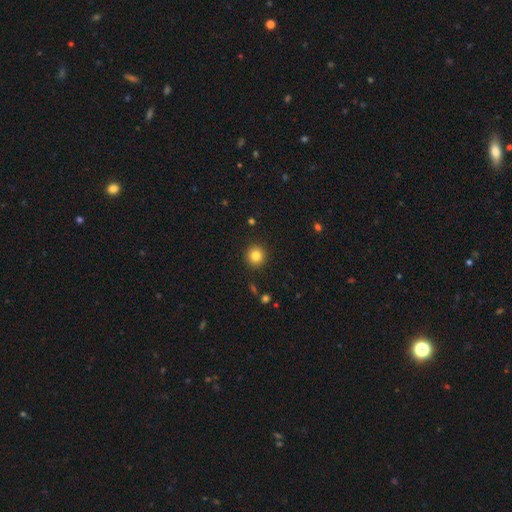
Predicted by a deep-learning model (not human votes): Overall: smooth (82%). How rounded: round (94%). Merging: none (92%).